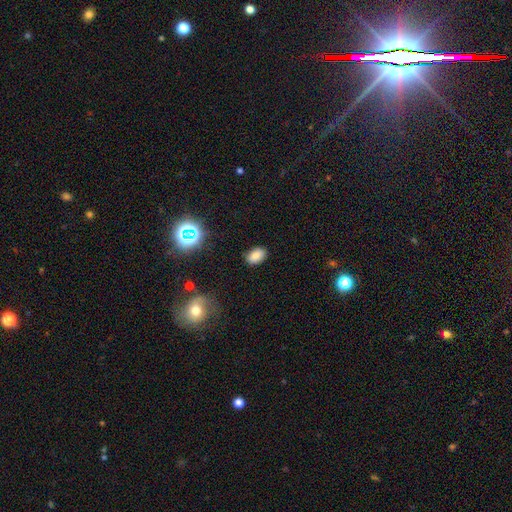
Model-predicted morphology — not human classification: A smooth galaxy with no disk features (79%) that is in between round and cigar-shaped (86%). Merging: none (86%).